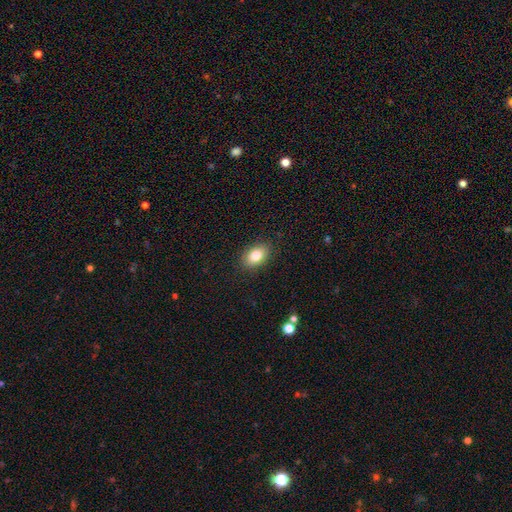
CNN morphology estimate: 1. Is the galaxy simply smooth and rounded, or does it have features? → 82% smooth, 10% featured or disk, 8% star or artifact.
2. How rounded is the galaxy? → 84% in between, 14% round, 1% cigar-shaped.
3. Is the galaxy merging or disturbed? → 87% none, 9% minor disturbance, 2% major disturbance, 1% merger.